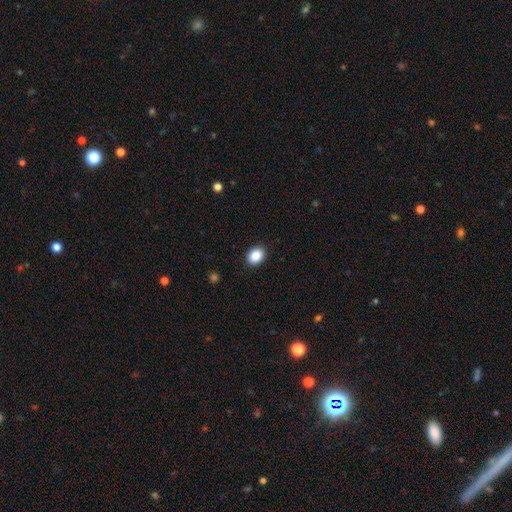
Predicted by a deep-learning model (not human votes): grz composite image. It shows a smooth galaxy with no disk features (88%) that is in between round and cigar-shaped (56%). Merging: none (91%).